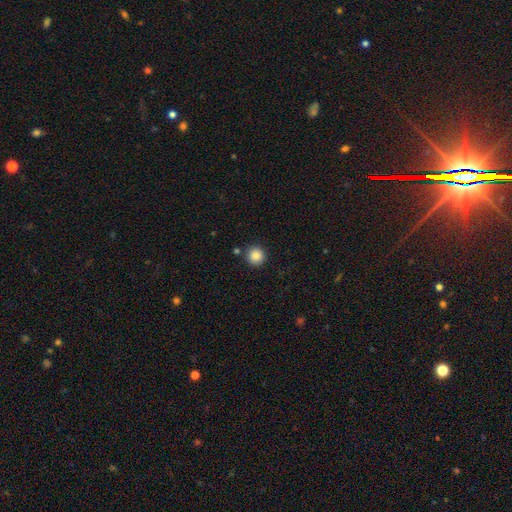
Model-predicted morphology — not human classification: smooth-or-featured: smooth: 87% | star or artifact: 10% | featured or disk: 4%
  how-rounded: round: 95% | in between: 4% | cigar-shaped: 1%
  merging: none: 88% | minor disturbance: 6% | merger: 4% | major disturbance: 2%